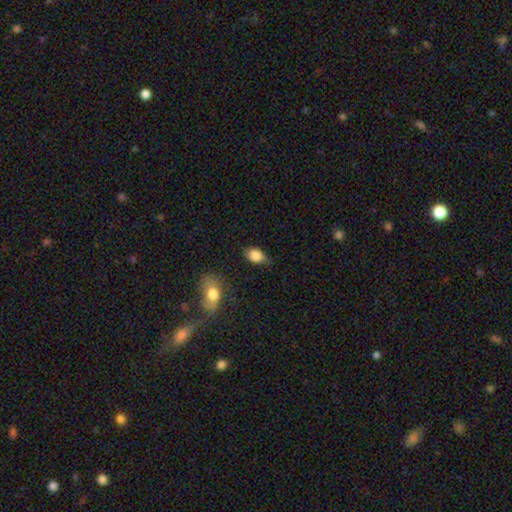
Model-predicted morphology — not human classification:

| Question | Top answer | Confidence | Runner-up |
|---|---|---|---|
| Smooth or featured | smooth | 85% | star or artifact (8%) |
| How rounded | in between | 83% | round (15%) |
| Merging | none | 61% | minor disturbance (31%) |